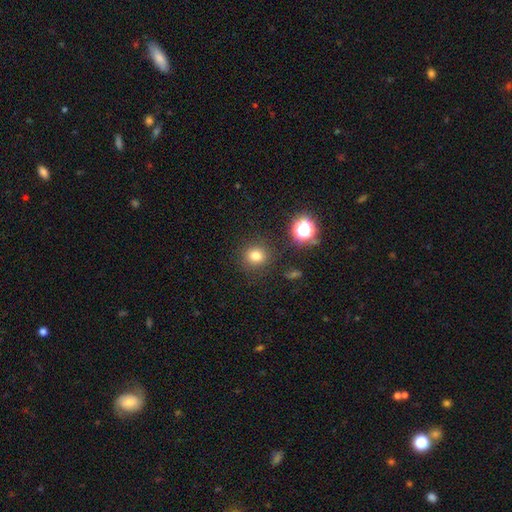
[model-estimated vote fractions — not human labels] Morphology: type=smooth (77%); roundness=round (86%); merging=none (87%).